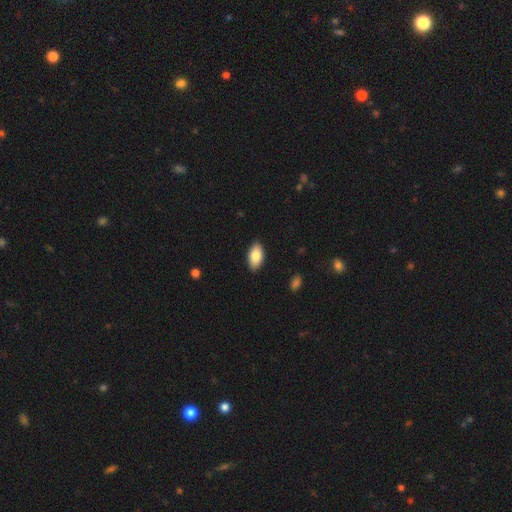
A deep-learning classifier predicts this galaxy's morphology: Smooth or featured?
  - smooth: 82% *
  - featured or disk: 11%
  - star or artifact: 7%
How rounded?
  - in between: 93% *
  - round: 3%
  - cigar-shaped: 3%
Merging?
  - none: 88% *
  - minor disturbance: 9%
  - major disturbance: 2%
  - merger: 1%